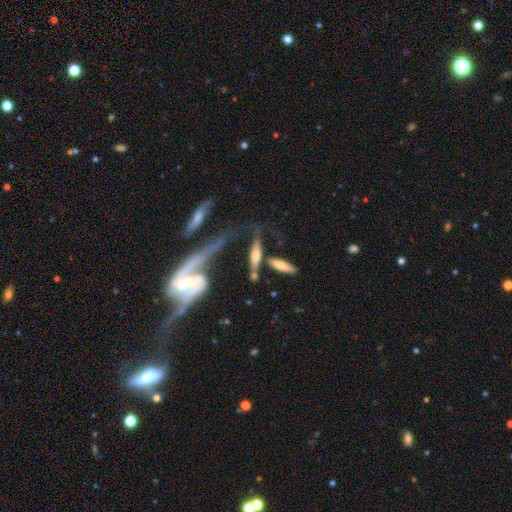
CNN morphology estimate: Smooth or featured? Predicted: featured or disk (p=0.51). Edge-on disk? Predicted: yes (p=0.66). Merging? Predicted: none (p=0.42).